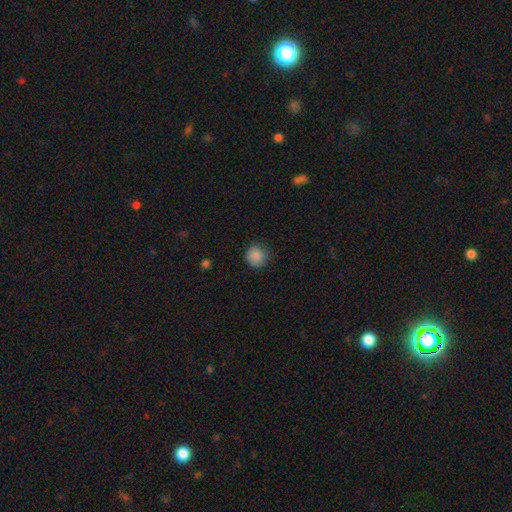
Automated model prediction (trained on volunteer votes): smooth 87%, star or artifact 9%, featured or disk 4%. Down the decision tree: how rounded — round (92%); merging — none (82%).